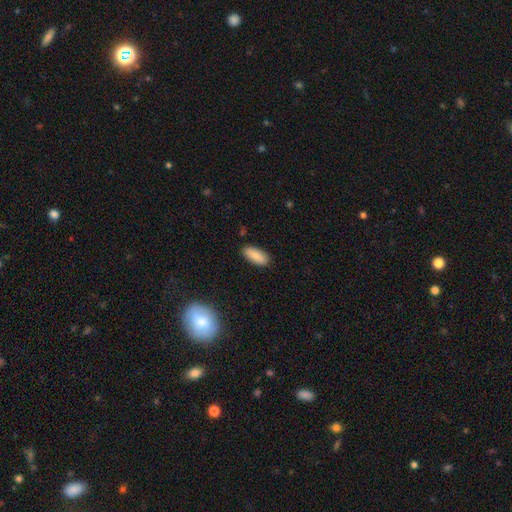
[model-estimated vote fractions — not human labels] A smooth galaxy with no disk features (82%) that is in between round and cigar-shaped (83%).

Vote fractions:
- Smooth or featured? smooth: 82% / featured or disk: 11% / star or artifact: 7%
- How rounded? in between: 83% / cigar-shaped: 15% / round: 2%
- Merging? none: 87% / minor disturbance: 10% / major disturbance: 2% / merger: 1%